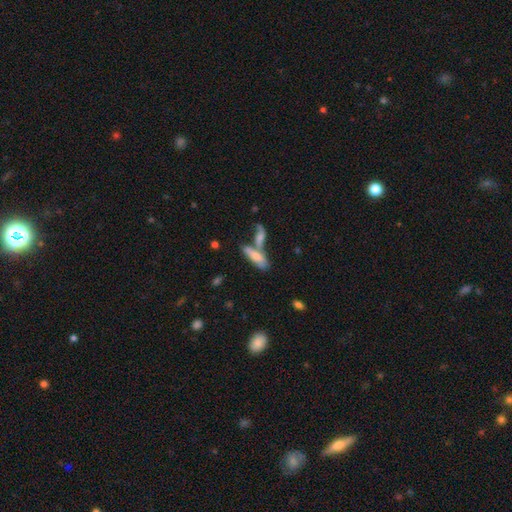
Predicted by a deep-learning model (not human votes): The model was most divided on "how rounded": in between: 54%, cigar-shaped: 44%, round: 3%. More confident: smooth or featured — smooth (65%); merging — merger (52%).